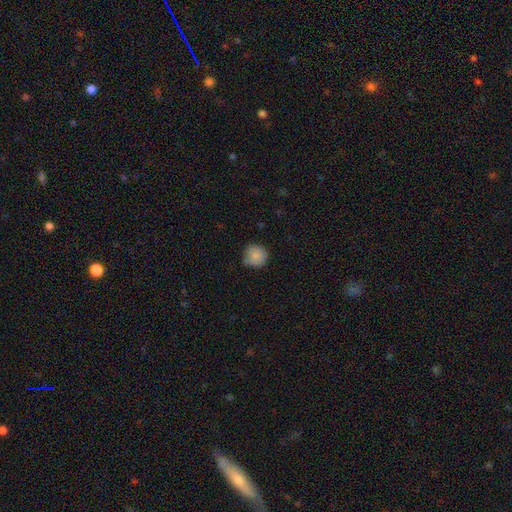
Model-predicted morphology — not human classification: type=smooth (85%); roundness=round (92%); merging=none (67%).